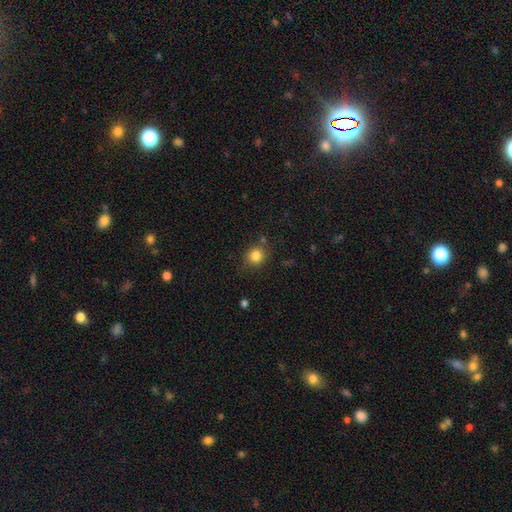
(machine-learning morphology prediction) smooth 83%, star or artifact 11%, featured or disk 5%. Down the decision tree: how rounded — round (86%); merging — none (80%).